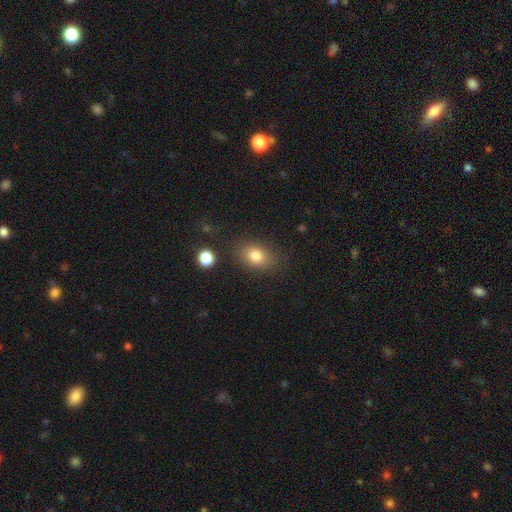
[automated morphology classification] A smooth galaxy with no disk features (80%) that is in between round and cigar-shaped (72%).

Vote fractions:
- Smooth or featured? smooth: 80% / star or artifact: 10% / featured or disk: 9%
- How rounded? in between: 72% / round: 26% / cigar-shaped: 1%
- Merging? none: 81% / minor disturbance: 12% / major disturbance: 4% / merger: 3%